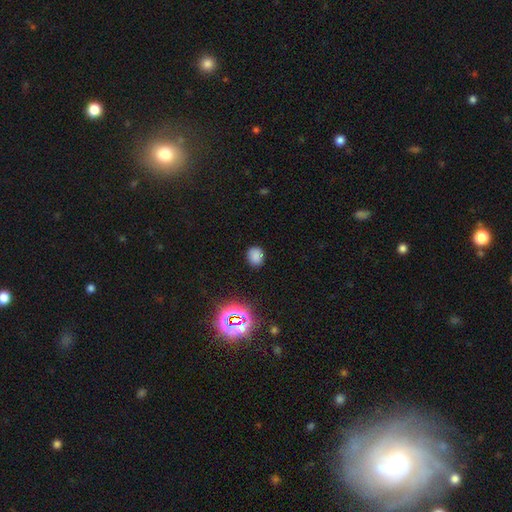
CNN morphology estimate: Smooth or featured: smooth — 77% (star or artifact — 18%)
How rounded: round — 56% (in between — 43%)
Merging: none — 83% (minor disturbance — 13%)